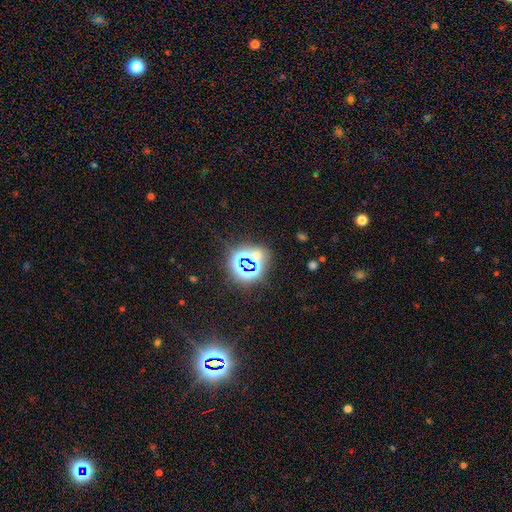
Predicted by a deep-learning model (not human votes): Smooth or featured? Predicted: star or artifact (p=0.72).